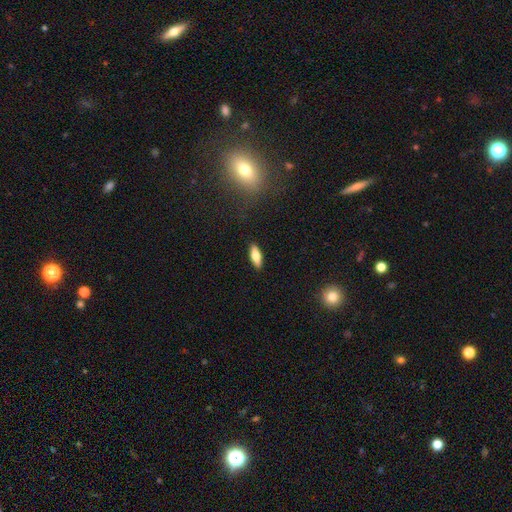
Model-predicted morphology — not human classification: A smooth galaxy with no disk features (67%) that is in between round and cigar-shaped (60%). Merging: none (90%).